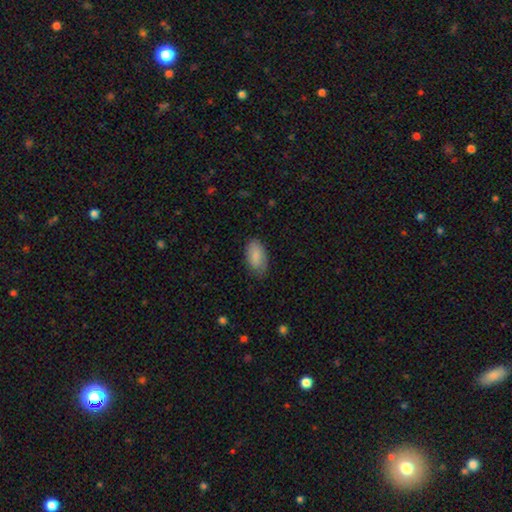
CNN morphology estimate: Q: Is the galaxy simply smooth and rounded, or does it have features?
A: smooth — 86%.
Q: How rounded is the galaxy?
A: in between — 94%.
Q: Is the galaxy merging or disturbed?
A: none — 72%.